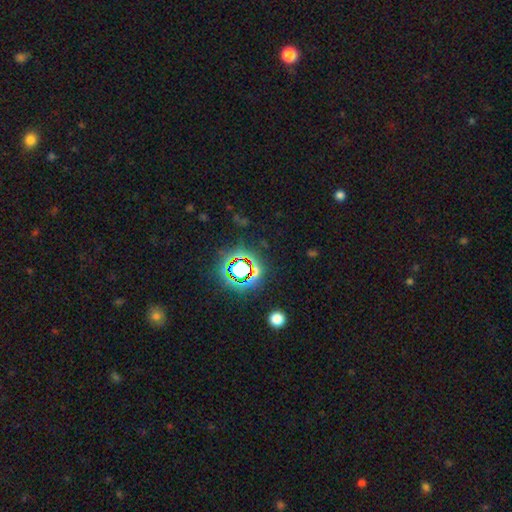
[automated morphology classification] Overall: star or artifact (79%).